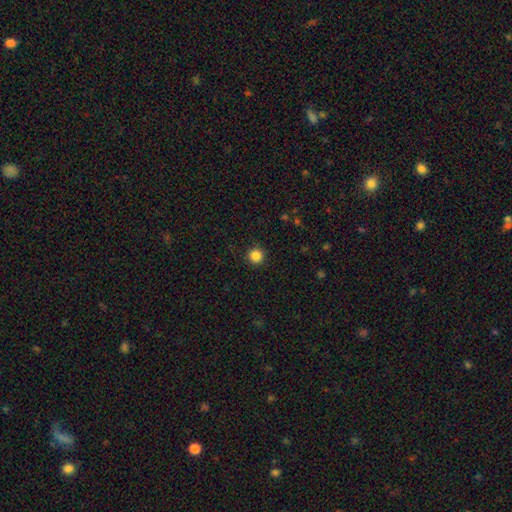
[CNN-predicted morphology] Smooth or featured? smooth (85%)
How rounded? round (96%)
Merging? none (92%)